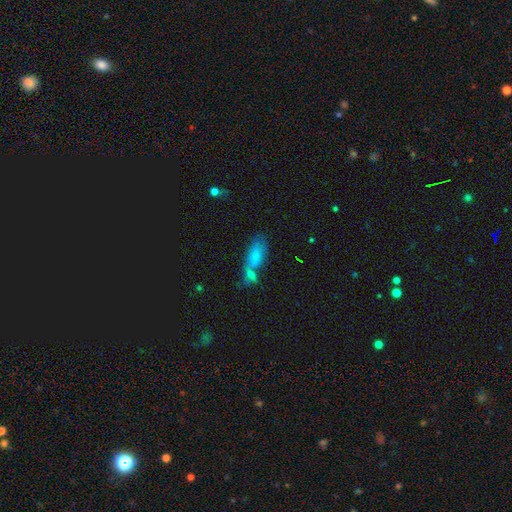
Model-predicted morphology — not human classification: Overall: smooth (78%). How rounded: in between (79%). Merging: merger (41%; none 36%).